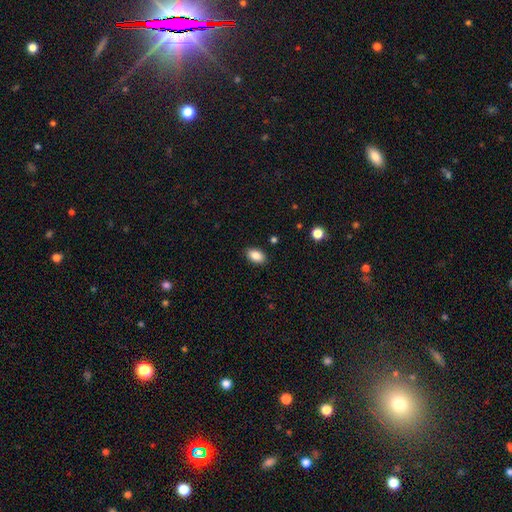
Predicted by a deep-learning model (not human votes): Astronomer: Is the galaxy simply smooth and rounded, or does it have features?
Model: smooth — 87%.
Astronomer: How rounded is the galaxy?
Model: in between — 91%.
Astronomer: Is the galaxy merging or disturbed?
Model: none — 88%.